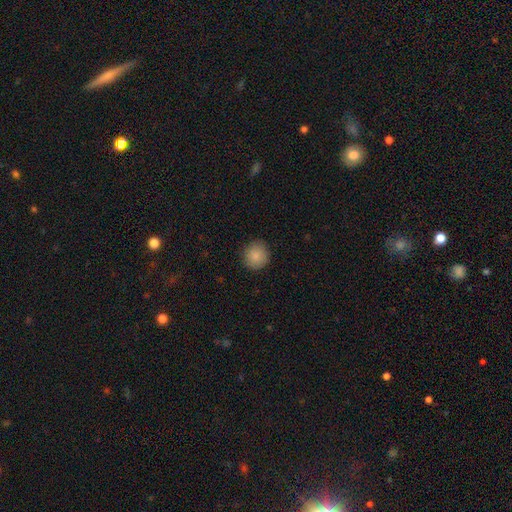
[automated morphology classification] Smooth or featured? smooth (88%)
How rounded? round (92%)
Merging? none (88%)